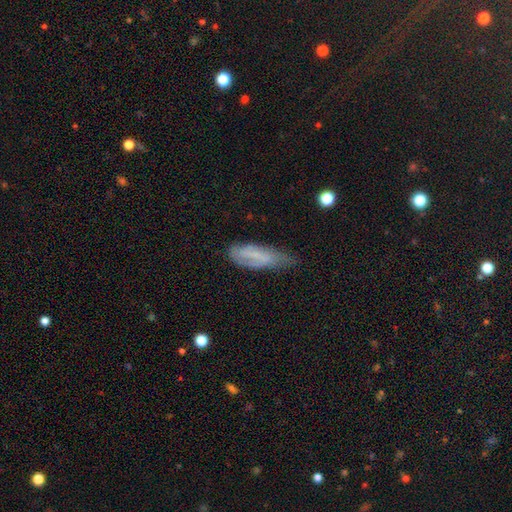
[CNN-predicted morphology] featured or disk 47%, smooth 45%, star or artifact 9%. Down the decision tree: merging — none (42%).